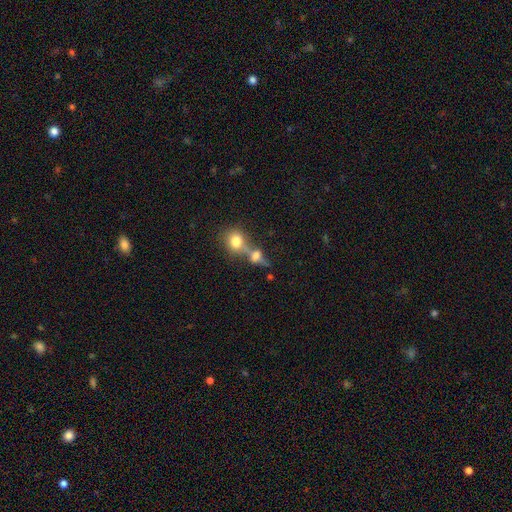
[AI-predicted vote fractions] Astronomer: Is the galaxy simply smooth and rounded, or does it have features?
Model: smooth — 54% (runner-up: featured or disk, 31%).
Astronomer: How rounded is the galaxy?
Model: round — 45% (runner-up: in between, 42%).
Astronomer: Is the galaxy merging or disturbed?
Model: merger — 49% (runner-up: none, 35%).